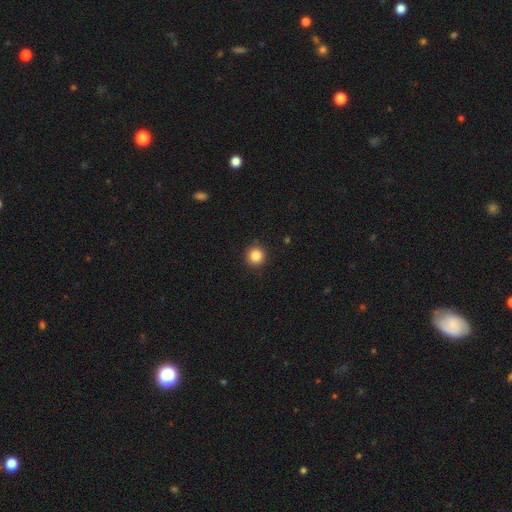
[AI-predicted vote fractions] Smooth or featured? smooth (85%)
How rounded? round (94%)
Merging? none (91%)